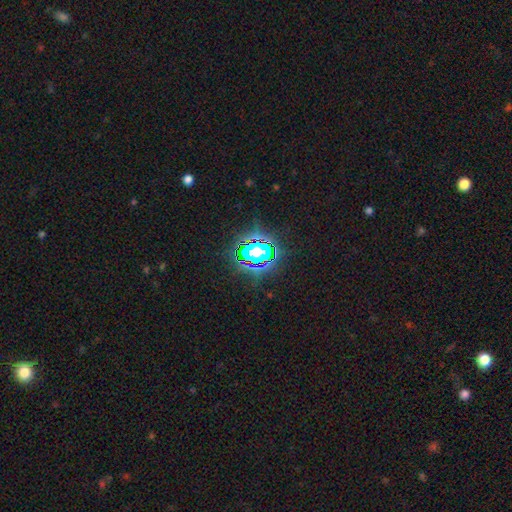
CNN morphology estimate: Q: Smooth or featured?
A: star or artifact (66%); runner-up: smooth (21%)